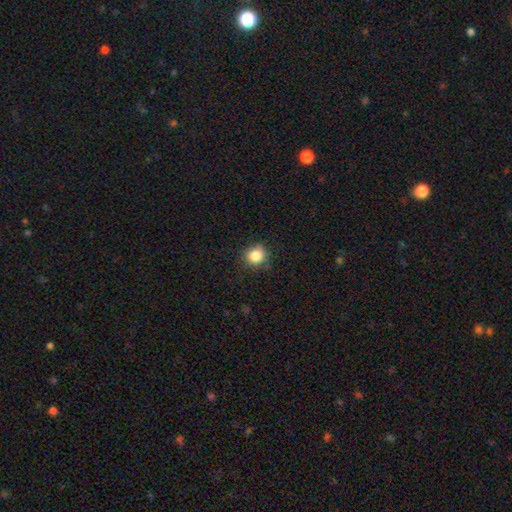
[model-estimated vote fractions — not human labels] Smooth or featured? smooth (85%)
How rounded? round (87%)
Merging? none (83%)